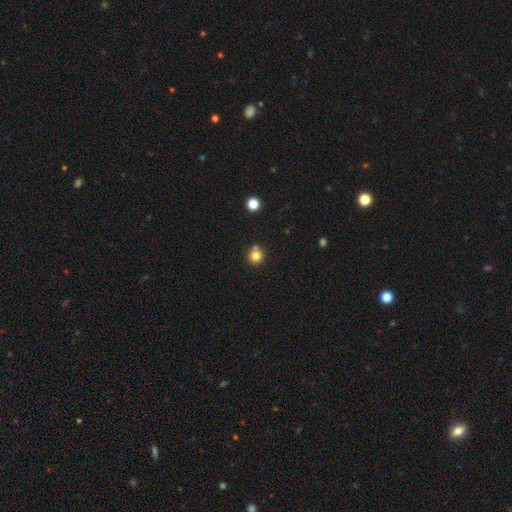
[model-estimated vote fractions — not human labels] Morphology: type=smooth (81%); roundness=round (93%); merging=none (74%).